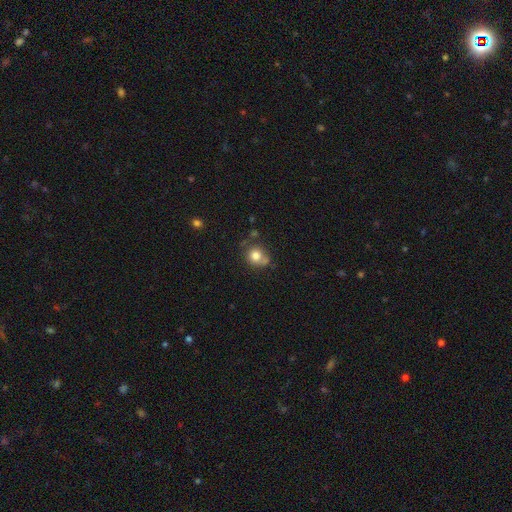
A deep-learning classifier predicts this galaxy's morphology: Q: Smooth or featured?
A: smooth (79%); runner-up: star or artifact (11%)
Q: How rounded?
A: round (81%); runner-up: in between (18%)
Q: Merging?
A: none (57%); runner-up: minor disturbance (21%)